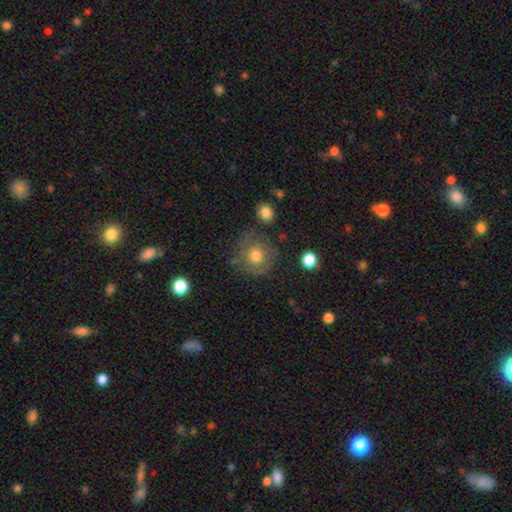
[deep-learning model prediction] Smooth or featured? smooth (72%)
How rounded? round (88%)
Merging? none (70%)